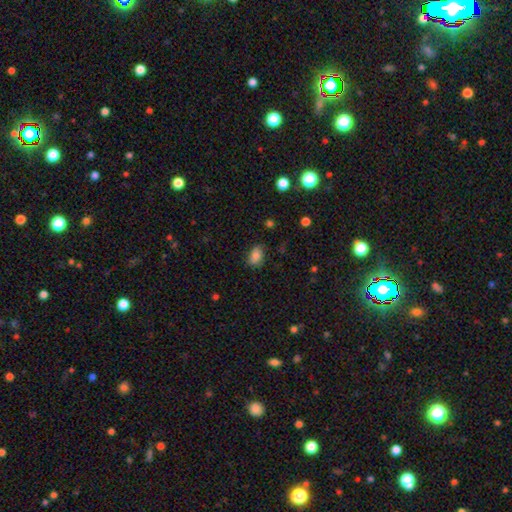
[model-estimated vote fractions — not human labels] Smooth or featured: smooth — 83% (star or artifact — 10%)
How rounded: in between — 84% (round — 15%)
Merging: none — 77% (minor disturbance — 18%)